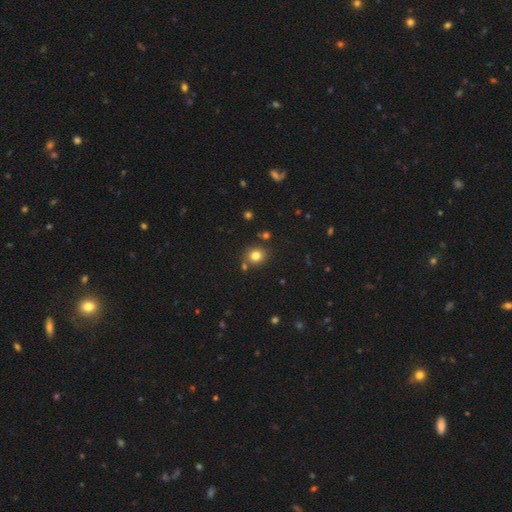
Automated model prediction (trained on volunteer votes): This is clearly a smooth galaxy (80%). How rounded: likely round (77%). Merging: likely none (76%).